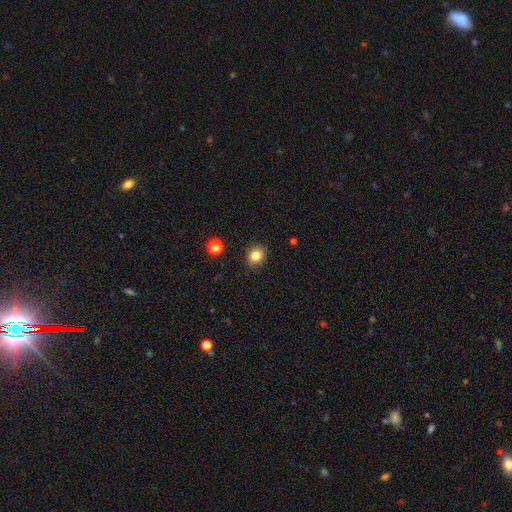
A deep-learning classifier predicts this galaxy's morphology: The model was most divided on "how rounded": round: 67%, in between: 32%, cigar-shaped: 1%. More confident: merging — none (90%); smooth or featured — smooth (83%).